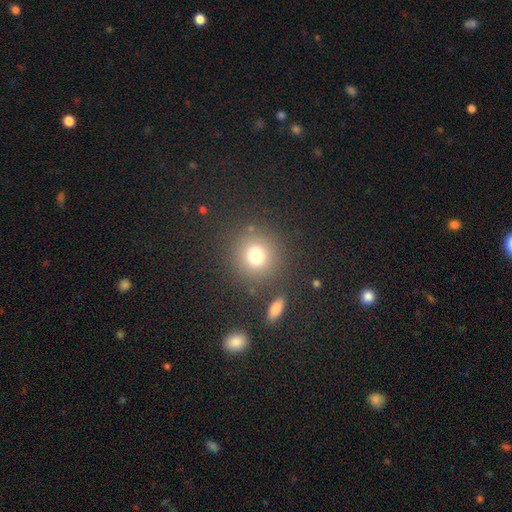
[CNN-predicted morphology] The model was most divided on "smooth or featured": smooth: 75%, star or artifact: 16%, featured or disk: 9%. More confident: how rounded — round (90%); merging — none (82%).